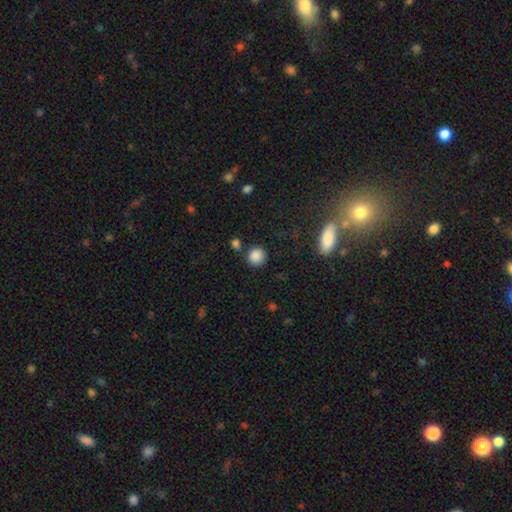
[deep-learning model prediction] smooth 86%, star or artifact 10%, featured or disk 4%. Down the decision tree: how rounded — round (90%); merging — none (82%).